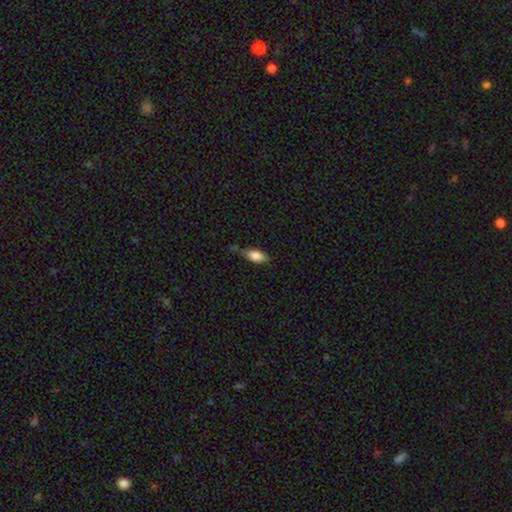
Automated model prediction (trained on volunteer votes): A smooth galaxy with no disk features (81%) that is in between round and cigar-shaped (85%).

Vote fractions:
- Smooth or featured? smooth: 81% / featured or disk: 12% / star or artifact: 7%
- How rounded? in between: 85% / cigar-shaped: 11% / round: 4%
- Merging? none: 54% / minor disturbance: 32% / major disturbance: 8% / merger: 6%